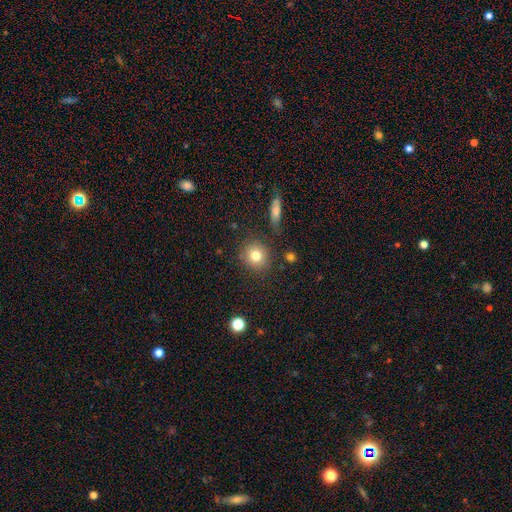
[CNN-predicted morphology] Smooth or featured? smooth (79%)
How rounded? round (88%)
Merging? none (86%)